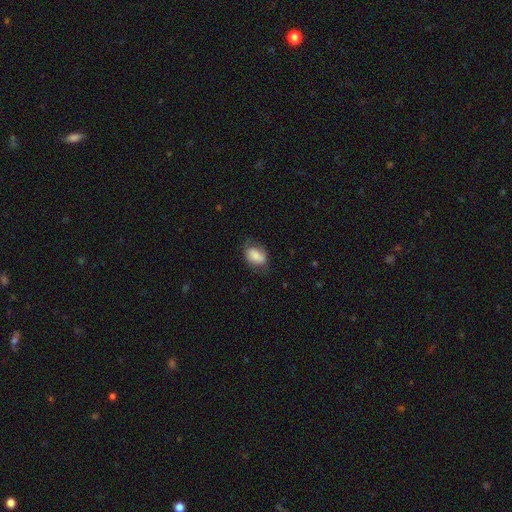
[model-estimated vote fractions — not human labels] smooth 79%, featured or disk 13%, star or artifact 7%. Down the decision tree: how rounded — in between (79%); merging — none (63%).